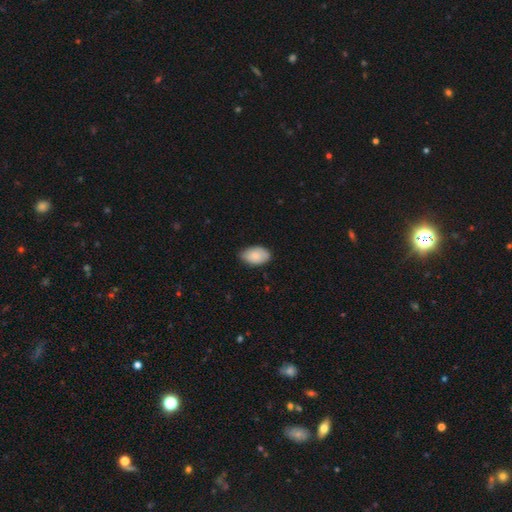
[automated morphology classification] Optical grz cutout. It shows a smooth galaxy with no disk features (82%) that is in between round and cigar-shaped (93%). Merging: none (75%).